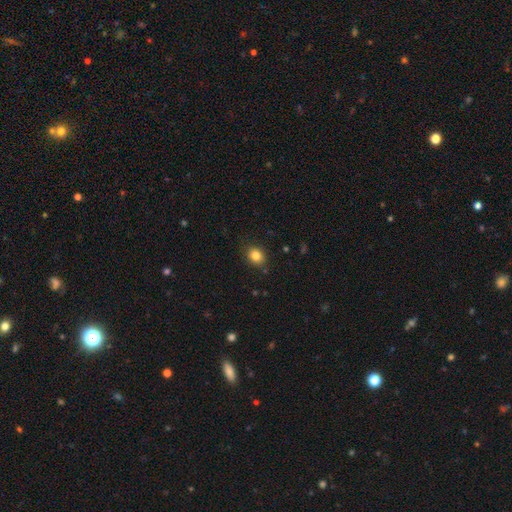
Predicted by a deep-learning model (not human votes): smooth_or_featured: smooth (p=0.83) [alt: star or artifact p=0.11]
how_rounded: round (p=0.61) [alt: in between p=0.38]
merging: none (p=0.86) [alt: minor disturbance p=0.10]